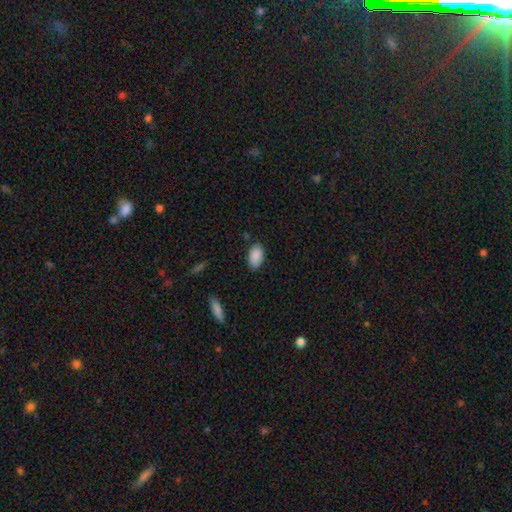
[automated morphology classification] This appears to be a smooth galaxy with no disk features (89%) that is in between round and cigar-shaped (94%). Merging: none (79%).